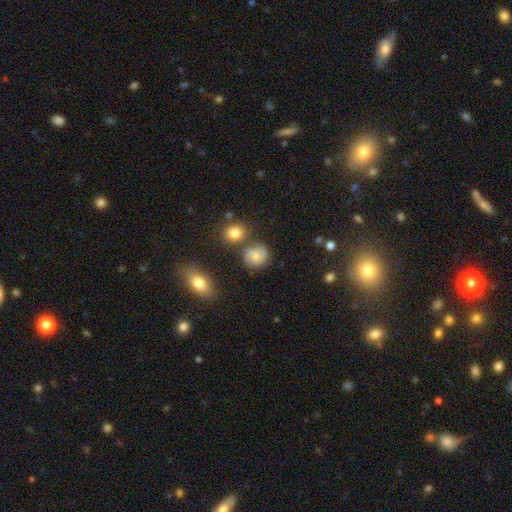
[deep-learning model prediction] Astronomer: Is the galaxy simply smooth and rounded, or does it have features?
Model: smooth — 50% (runner-up: featured or disk, 39%).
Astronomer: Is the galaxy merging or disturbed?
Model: none — 67%.